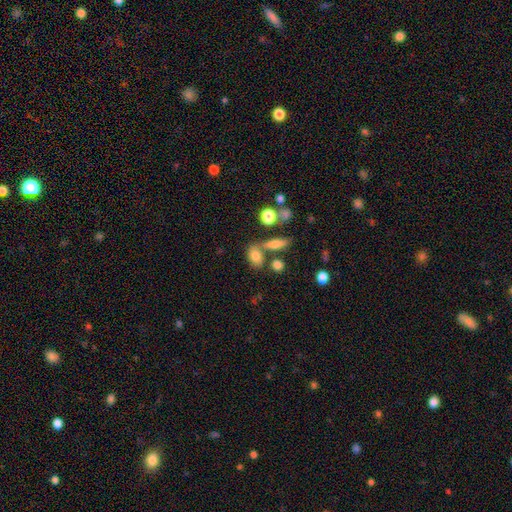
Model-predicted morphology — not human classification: The model was most divided on "merging": none: 55%, merger: 27%, minor disturbance: 13%, major disturbance: 5%. More confident: smooth or featured — smooth (77%); how rounded — in between (77%).